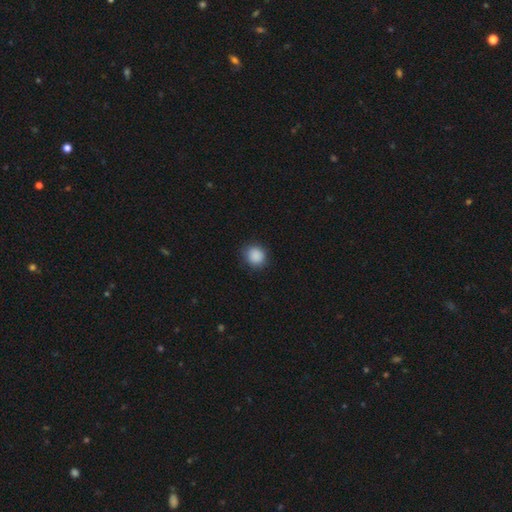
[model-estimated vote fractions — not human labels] Morphology: type=smooth (88%); roundness=round (82%); merging=none (84%).